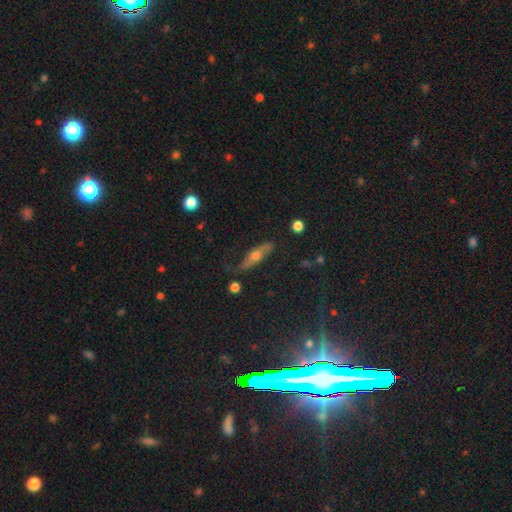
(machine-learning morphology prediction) A featured or disk galaxy (57%) viewed edge-on (55%). Merging: none (61%).